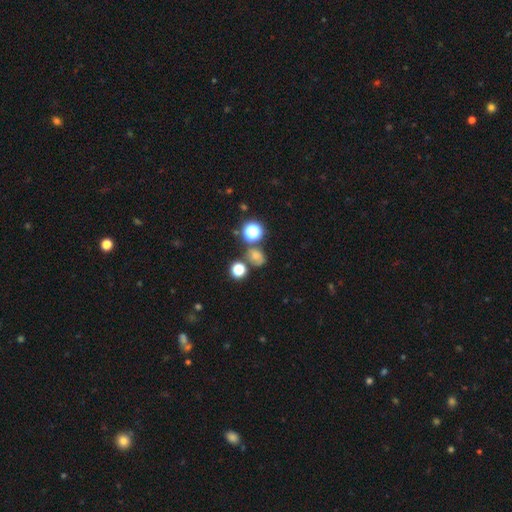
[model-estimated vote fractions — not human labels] Smooth or featured: smooth — 57% (star or artifact — 29%)
How rounded: round — 59% (in between — 40%)
Merging: none — 61% (merger — 17%)